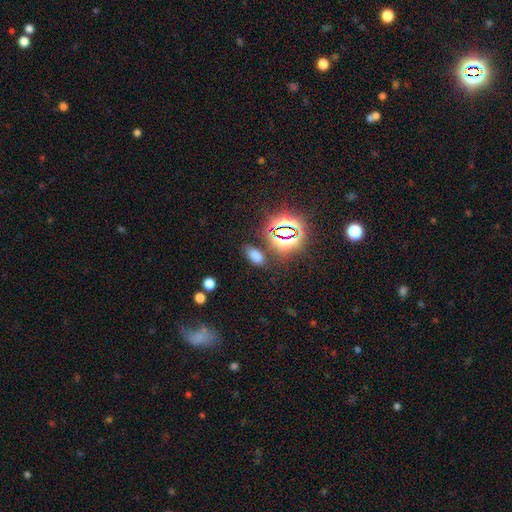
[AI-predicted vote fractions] A smooth galaxy with no disk features (64%) that is in between round and cigar-shaped (88%).

Vote fractions:
- Smooth or featured? smooth: 64% / star or artifact: 29% / featured or disk: 7%
- How rounded? in between: 88% / round: 7% / cigar-shaped: 5%
- Merging? none: 78% / minor disturbance: 11% / merger: 6% / major disturbance: 5%